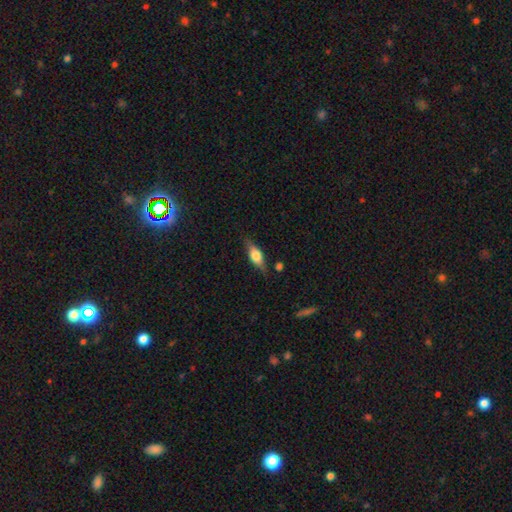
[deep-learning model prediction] smooth-or-featured: smooth: 52% | featured or disk: 41% | star or artifact: 7%
  how-rounded: in between: 64% | cigar-shaped: 32% | round: 4%
  merging: none: 77% | minor disturbance: 16% | major disturbance: 4% | merger: 3%